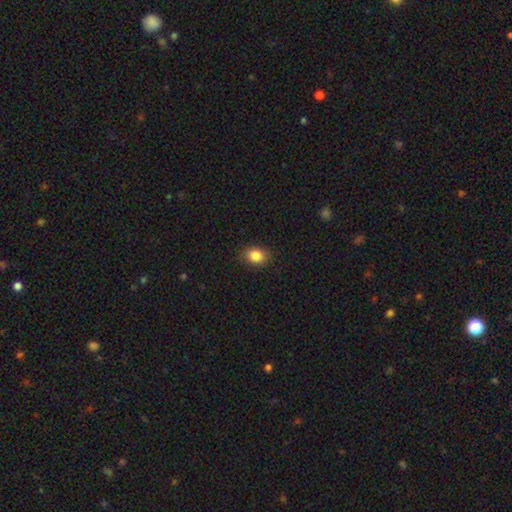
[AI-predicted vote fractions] smooth-or-featured: smooth: 85% | star or artifact: 9% | featured or disk: 6%
  how-rounded: in between: 52% | round: 47% | cigar-shaped: 1%
  merging: none: 88% | minor disturbance: 9% | major disturbance: 2% | merger: 1%